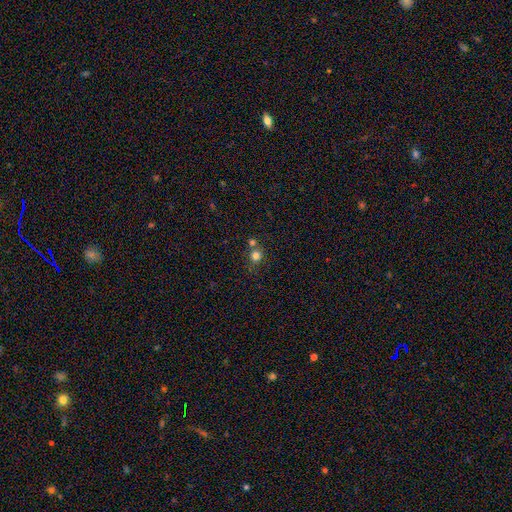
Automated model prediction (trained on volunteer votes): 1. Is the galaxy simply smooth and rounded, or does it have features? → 78% smooth, 15% star or artifact, 7% featured or disk.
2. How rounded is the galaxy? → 87% round, 12% in between, 1% cigar-shaped.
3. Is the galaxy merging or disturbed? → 63% none, 25% merger, 9% minor disturbance, 3% major disturbance.